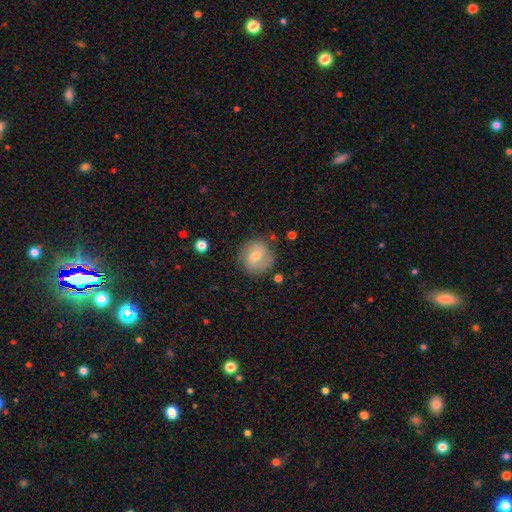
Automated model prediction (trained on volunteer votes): featured or disk 53%, smooth 40%, star or artifact 8%. Down the decision tree: edge-on disk — no (97%); bar — no (45%); spiral arms — yes (82%); bulge size — moderate (61%); merging — none (78%).